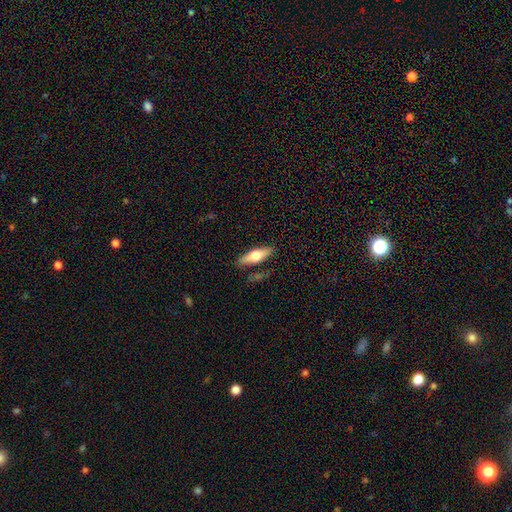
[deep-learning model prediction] Overall: smooth (59%; featured or disk 35%). How rounded: in between (49%, tied with cigar-shaped). Merging: none (81%).